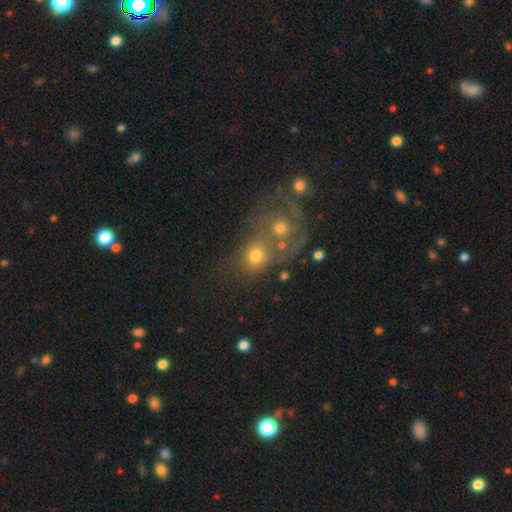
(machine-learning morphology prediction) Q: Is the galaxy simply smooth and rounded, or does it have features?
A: smooth — 65%.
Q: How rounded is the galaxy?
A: round — 69%.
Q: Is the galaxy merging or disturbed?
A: merger — 45%.